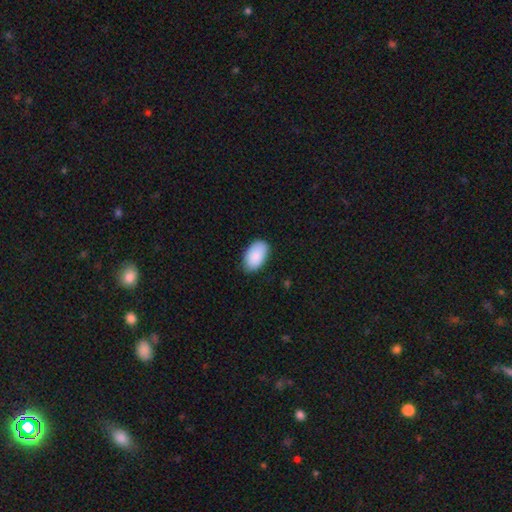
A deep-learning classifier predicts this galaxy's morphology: This appears to be a smooth galaxy with no disk features (90%) that is in between round and cigar-shaped (95%). Merging: none (82%).